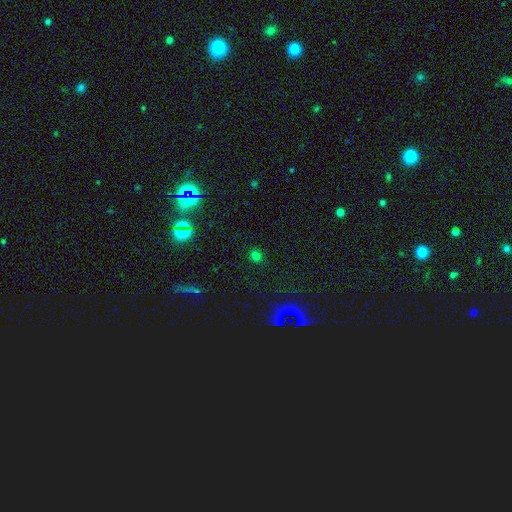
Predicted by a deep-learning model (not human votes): Smooth or featured? Predicted: smooth (p=0.59). How rounded? Predicted: round (p=0.69). Merging? Predicted: none (p=0.84).